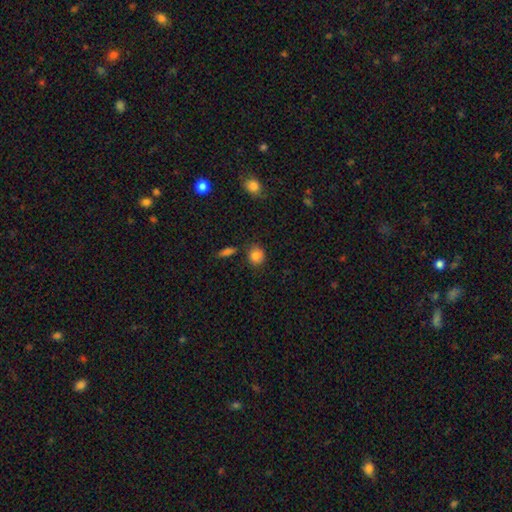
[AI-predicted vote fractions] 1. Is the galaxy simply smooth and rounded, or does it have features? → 83% smooth, 10% star or artifact, 7% featured or disk.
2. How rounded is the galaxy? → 77% round, 21% in between, 1% cigar-shaped.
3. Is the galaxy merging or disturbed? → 77% none, 14% minor disturbance, 5% merger, 3% major disturbance.